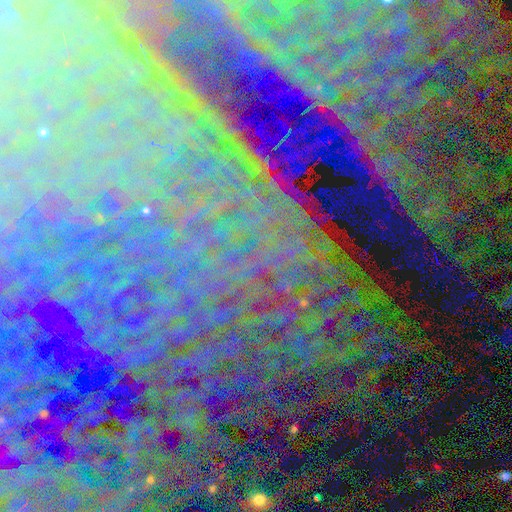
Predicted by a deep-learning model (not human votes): star or artifact 83%, featured or disk 10%, smooth 7%.